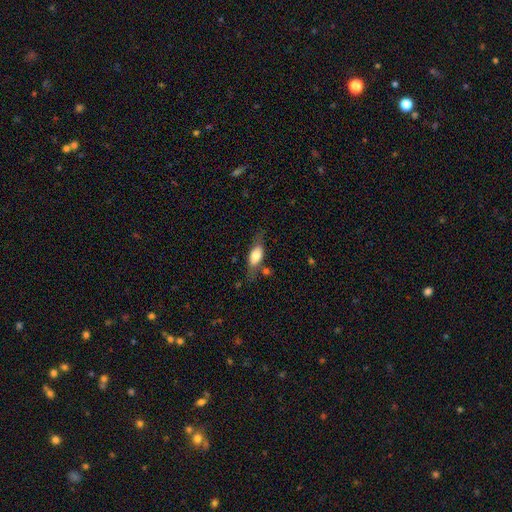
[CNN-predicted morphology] Smooth or featured?
  - smooth: 65% *
  - featured or disk: 28%
  - star or artifact: 7%
How rounded?
  - in between: 72% *
  - cigar-shaped: 24%
  - round: 4%
Merging?
  - none: 65% *
  - minor disturbance: 20%
  - major disturbance: 9%
  - merger: 6%